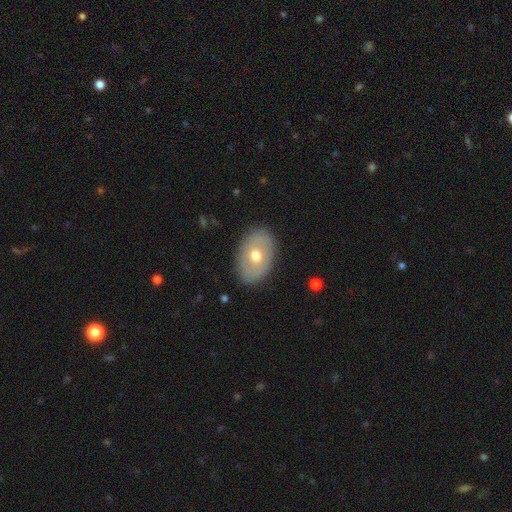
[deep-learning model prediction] smooth_or_featured: smooth (p=0.47) [alt: featured or disk p=0.46]
merging: none (p=0.85) [alt: minor disturbance p=0.11]